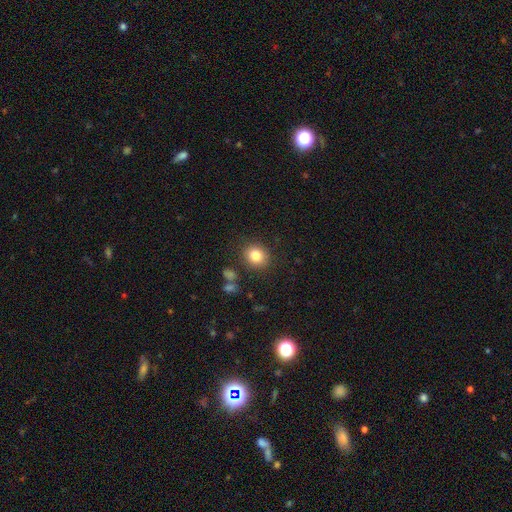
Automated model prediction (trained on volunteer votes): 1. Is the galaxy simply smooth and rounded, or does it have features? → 82% smooth, 11% star or artifact, 7% featured or disk.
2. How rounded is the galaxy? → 71% round, 28% in between, 1% cigar-shaped.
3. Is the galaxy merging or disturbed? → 85% none, 9% minor disturbance, 3% major disturbance, 3% merger.